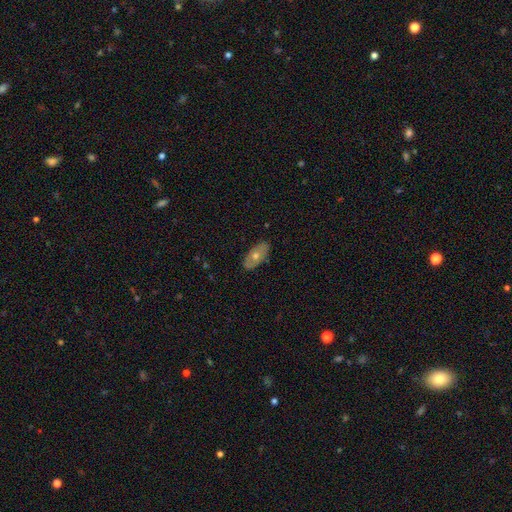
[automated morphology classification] smooth_or_featured: featured or disk (p=0.48) [alt: smooth p=0.44]
merging: none (p=0.85) [alt: minor disturbance p=0.12]